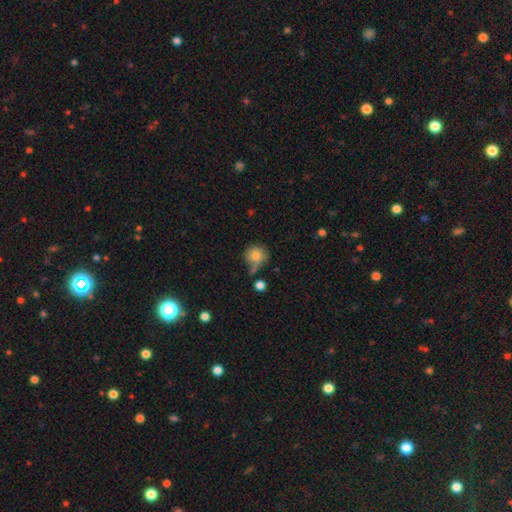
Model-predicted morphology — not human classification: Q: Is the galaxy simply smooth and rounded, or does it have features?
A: smooth — 80%.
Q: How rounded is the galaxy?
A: round — 89%.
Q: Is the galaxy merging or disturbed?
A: none — 61%.